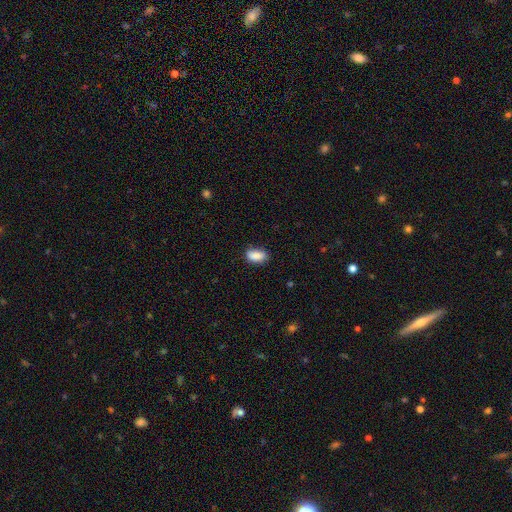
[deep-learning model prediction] smooth 88%, star or artifact 7%, featured or disk 5%. Down the decision tree: how rounded — in between (90%); merging — none (76%).